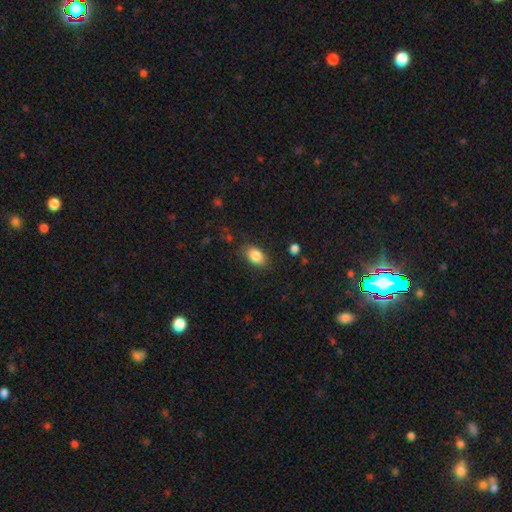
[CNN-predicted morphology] This is clearly a smooth galaxy (86%). How rounded: clearly in between (87%). Merging: clearly none (82%).